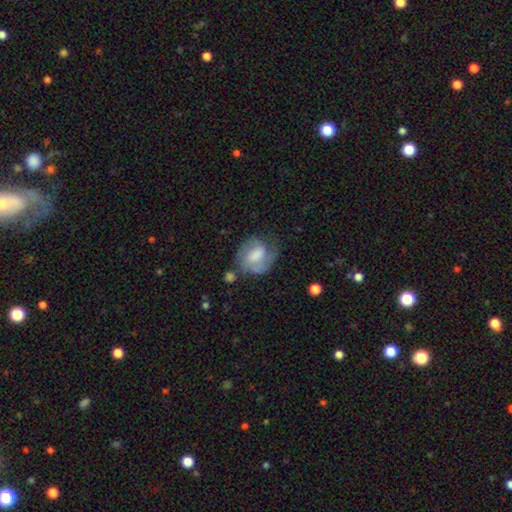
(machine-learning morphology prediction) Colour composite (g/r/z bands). It shows a featured or disk galaxy (58%) with a weak bar (49%), spiral arms (82%) and a moderate central bulge (34%). Merging: none (49%).